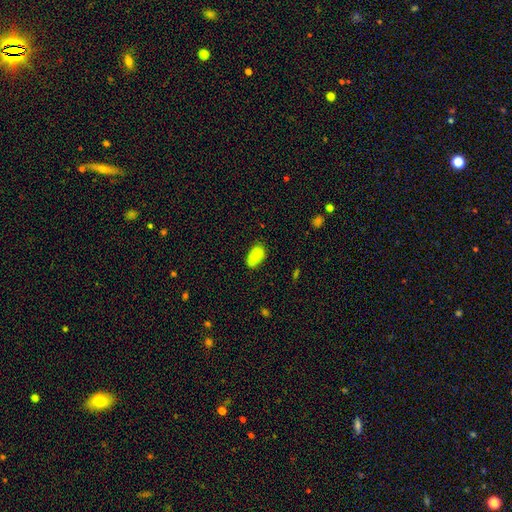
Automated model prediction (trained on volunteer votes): Smooth or featured: smooth — 87% (star or artifact — 8%)
How rounded: in between — 92% (cigar-shaped — 5%)
Merging: none — 77% (minor disturbance — 18%)